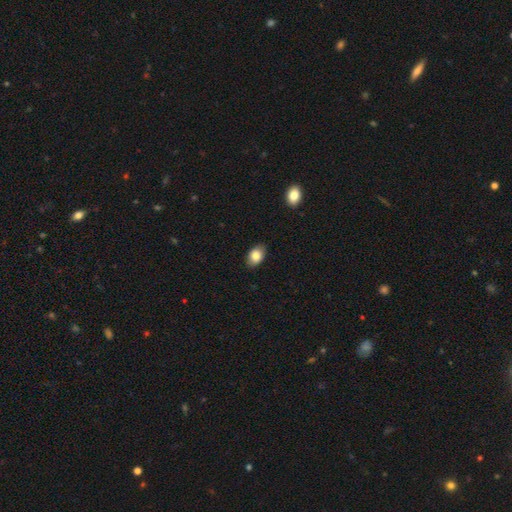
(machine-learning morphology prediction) This is clearly a smooth galaxy (84%). How rounded: clearly in between (84%). Merging: clearly none (85%).